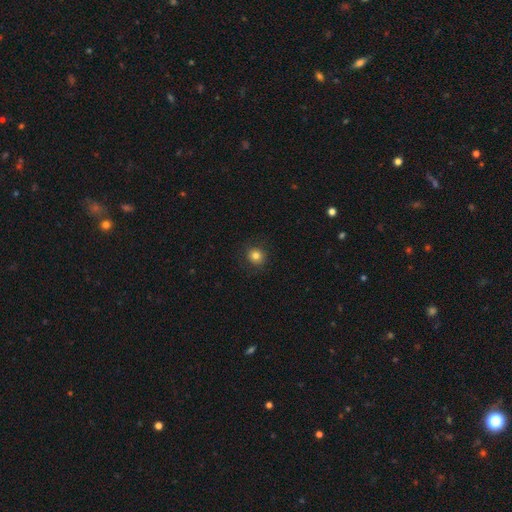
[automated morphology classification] A smooth galaxy with no disk features (80%) that is round (92%). Merging: none (88%).